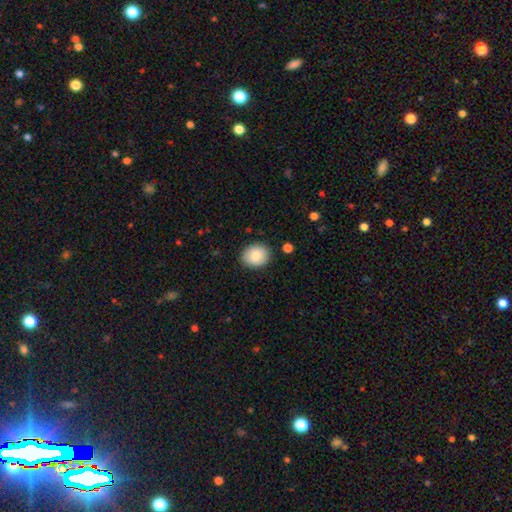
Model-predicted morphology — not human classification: A smooth galaxy with no disk features (85%) that is round (62%). Merging: none (87%).